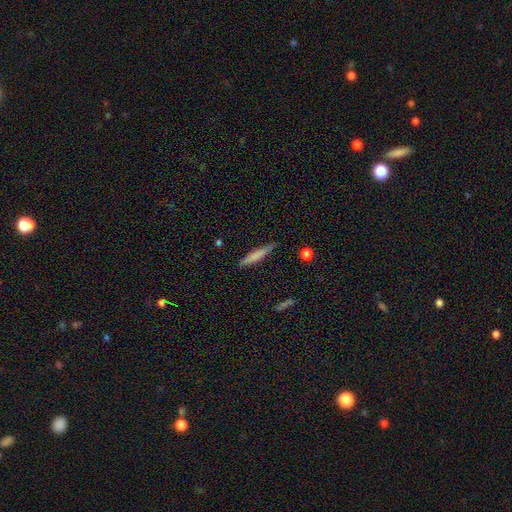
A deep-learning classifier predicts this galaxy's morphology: Smooth or featured: smooth — 67% (featured or disk — 27%)
How rounded: cigar-shaped — 93% (in between — 6%)
Merging: none — 81% (minor disturbance — 15%)